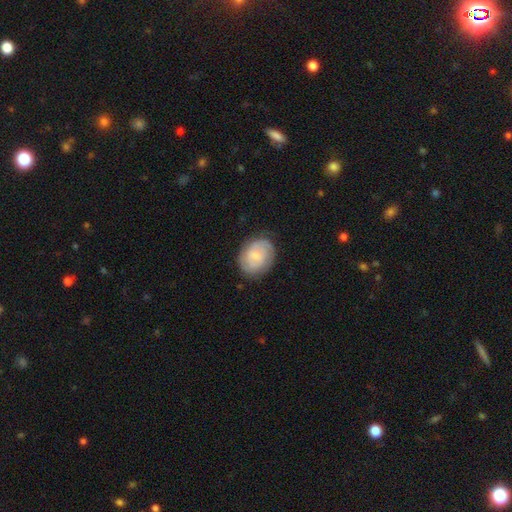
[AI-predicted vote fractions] smooth-or-featured: featured or disk: 53% | smooth: 41% | star or artifact: 7%
  disk-edge-on: no: 97% | yes: 3%
    bar: no: 51% | weak: 42% | strong: 7%
    has-spiral-arms: yes: 85% | no: 15%
    bulge-size: small: 53% | moderate: 28% | none: 15% | large: 4% | dominant: 1%
  merging: none: 77% | minor disturbance: 17% | major disturbance: 5% | merger: 1%